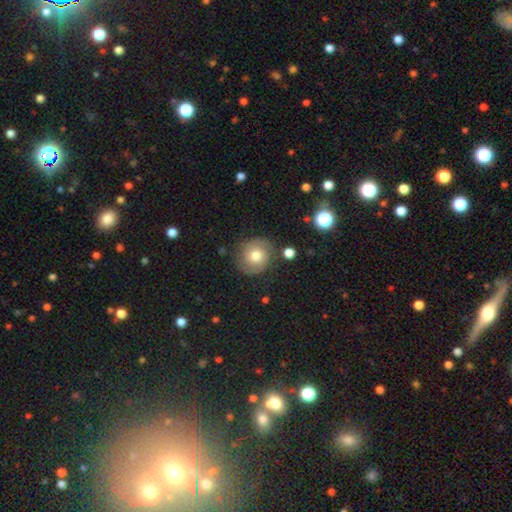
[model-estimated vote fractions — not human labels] smooth 57%, featured or disk 33%, star or artifact 10%. Down the decision tree: how rounded — round (85%); merging — none (80%).